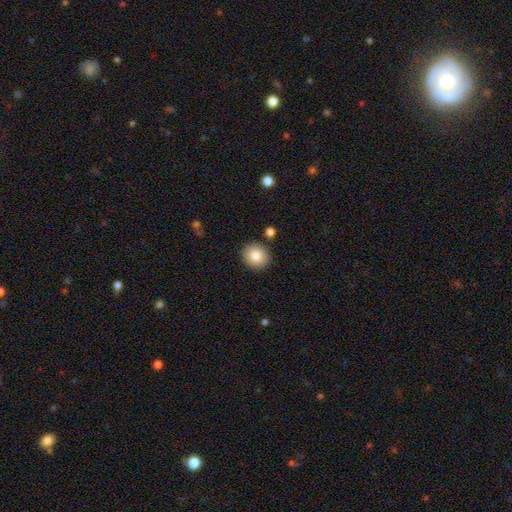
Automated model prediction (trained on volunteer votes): This is clearly a smooth galaxy (83%). How rounded: clearly round (84%). Merging: clearly none (88%).